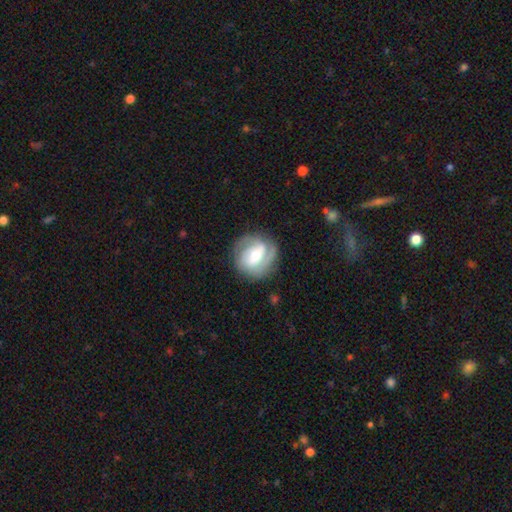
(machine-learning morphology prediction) type=featured or disk (77%); edge-on=no (97%); bar=weak (45%); spiral arms=yes (92%); winding=tight (50%); arm count=2 (54%); bulge=moderate (60%); merging=none (79%).